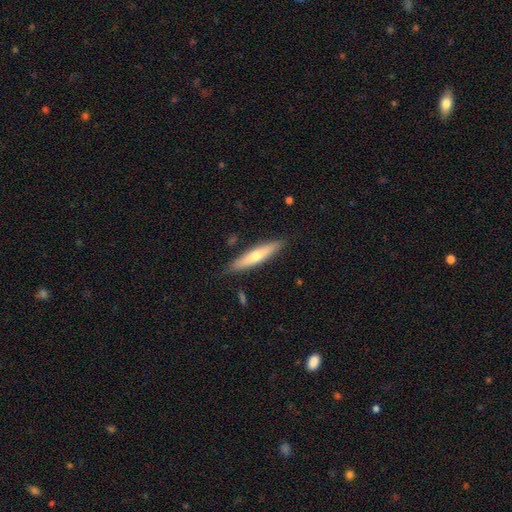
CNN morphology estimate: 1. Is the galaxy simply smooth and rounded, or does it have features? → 52% smooth, 42% featured or disk, 6% star or artifact.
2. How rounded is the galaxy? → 87% cigar-shaped, 12% in between, 1% round.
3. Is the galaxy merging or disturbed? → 87% none, 9% minor disturbance, 2% major disturbance, 2% merger.